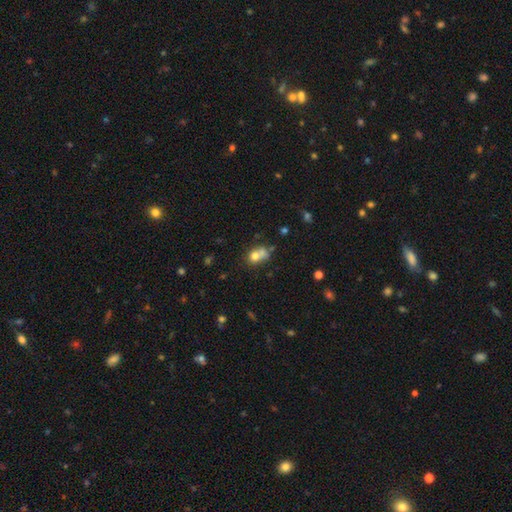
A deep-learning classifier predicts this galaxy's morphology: type=smooth (70%); roundness=round (57%); merging=merger (45%).